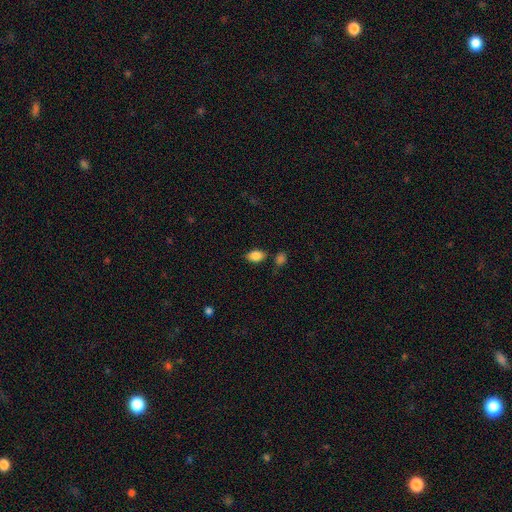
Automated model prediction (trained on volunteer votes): smooth-or-featured: smooth: 86% | star or artifact: 8% | featured or disk: 6%
  how-rounded: in between: 88% | round: 10% | cigar-shaped: 2%
  merging: none: 74% | minor disturbance: 14% | merger: 8% | major disturbance: 4%